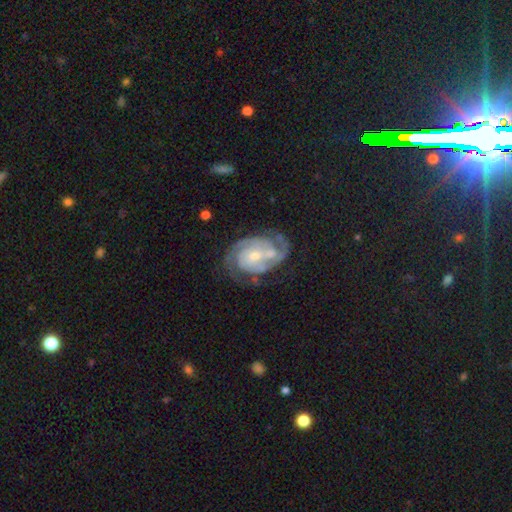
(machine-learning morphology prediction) Overall: featured or disk (87%). Edge-on disk: no (97%). Bar: no (50%; weak 38%). Spiral arms: yes (96%). Spiral arm count: 2 (49%; 3 21%). Spiral winding: tight (64%; medium 30%). Bulge size: small (53%; moderate 40%). Merging: none (62%).